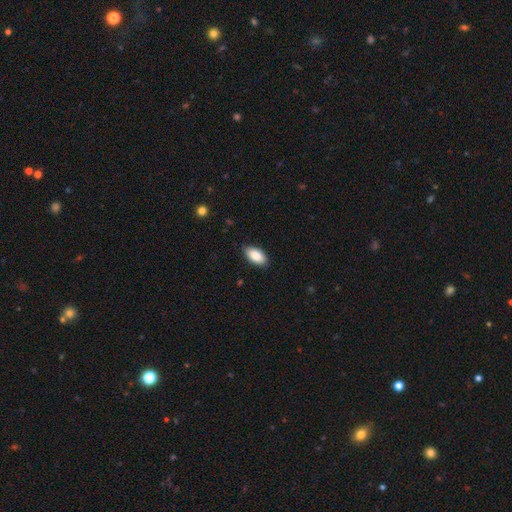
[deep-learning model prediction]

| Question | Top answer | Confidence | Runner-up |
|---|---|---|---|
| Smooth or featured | smooth | 86% | featured or disk (7%) |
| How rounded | in between | 94% | cigar-shaped (3%) |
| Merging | none | 86% | minor disturbance (11%) |